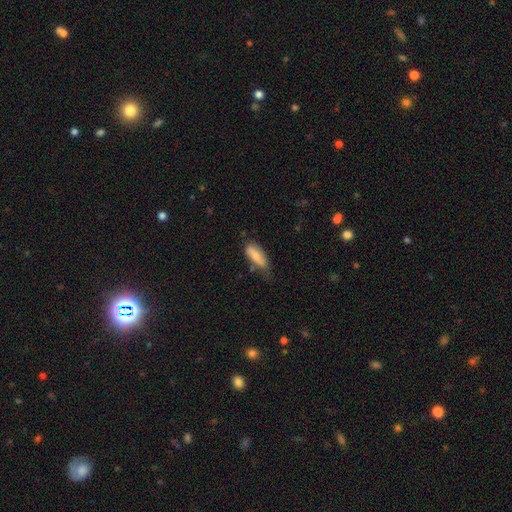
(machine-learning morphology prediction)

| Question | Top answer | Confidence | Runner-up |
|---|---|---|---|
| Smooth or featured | smooth | 75% | featured or disk (18%) |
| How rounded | in between | 69% | cigar-shaped (29%) |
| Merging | none | 51% | minor disturbance (36%) |